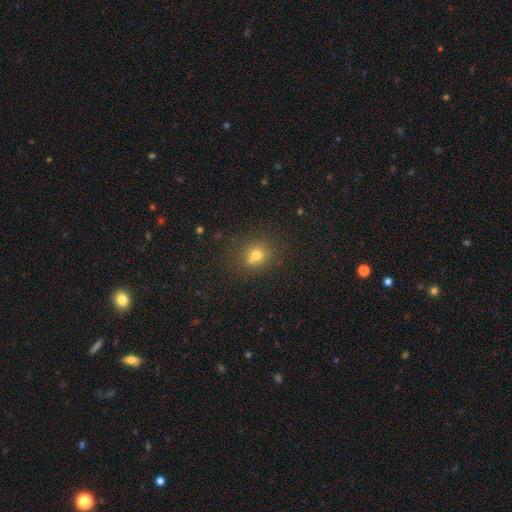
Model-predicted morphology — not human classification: smooth_or_featured: smooth (p=0.70) [alt: star or artifact p=0.18]
how_rounded: round (p=0.79) [alt: in between p=0.20]
merging: none (p=0.58) [alt: merger p=0.28]